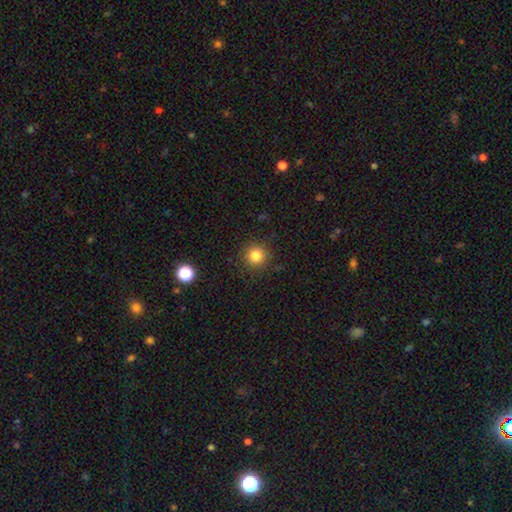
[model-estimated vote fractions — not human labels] Smooth or featured?
  - smooth: 82% *
  - star or artifact: 12%
  - featured or disk: 5%
How rounded?
  - round: 94% *
  - in between: 5%
  - cigar-shaped: 1%
Merging?
  - none: 89% *
  - minor disturbance: 7%
  - major disturbance: 3%
  - merger: 1%